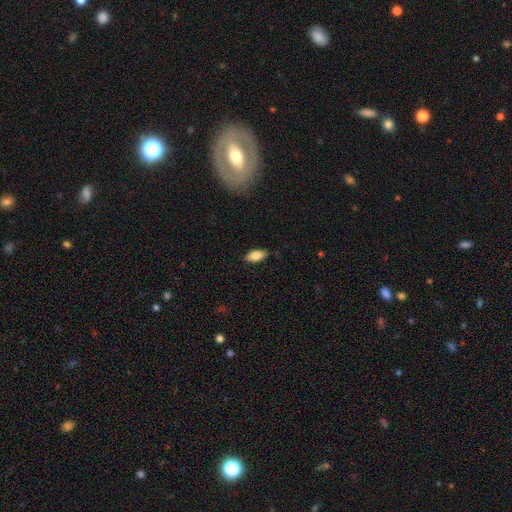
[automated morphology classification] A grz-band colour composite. It shows a smooth galaxy with no disk features (84%) that is in between round and cigar-shaped (89%). Merging: none (87%).